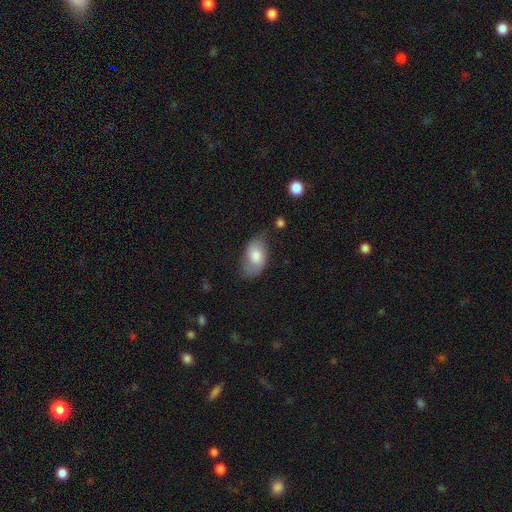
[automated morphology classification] Q: Smooth or featured?
A: smooth (72%); runner-up: featured or disk (21%)
Q: How rounded?
A: in between (93%); runner-up: round (5%)
Q: Merging?
A: none (58%); runner-up: minor disturbance (30%)